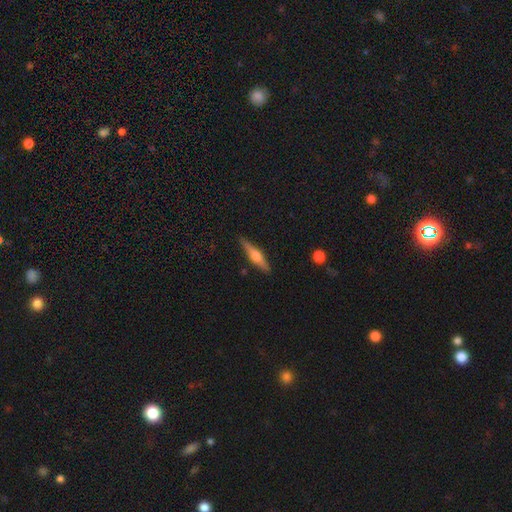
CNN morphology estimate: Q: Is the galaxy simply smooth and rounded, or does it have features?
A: featured or disk — 68%.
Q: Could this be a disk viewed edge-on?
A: yes — 97%.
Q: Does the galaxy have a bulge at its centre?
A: rounded — 94%.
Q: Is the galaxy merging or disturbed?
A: none — 90%.